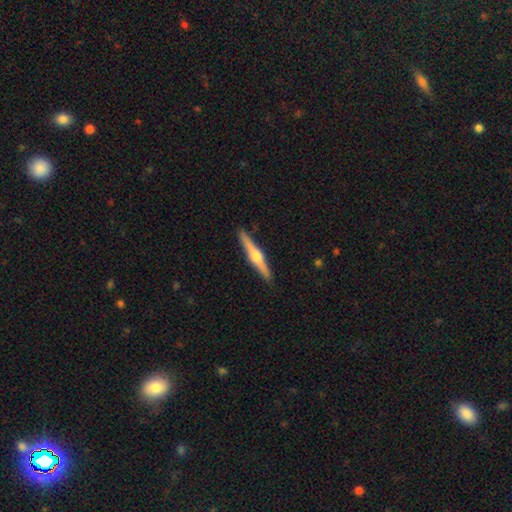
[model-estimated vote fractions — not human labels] A featured or disk galaxy (73%) viewed edge-on (98%) with a rounded central bulge (94%). Merging: none (91%).